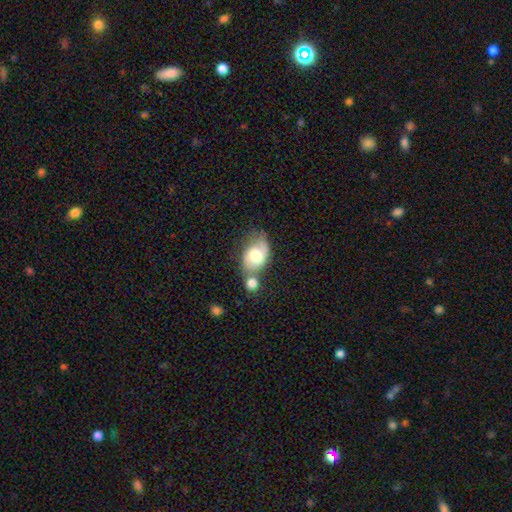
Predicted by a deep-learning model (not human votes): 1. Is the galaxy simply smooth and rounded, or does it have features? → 56% smooth, 37% featured or disk, 7% star or artifact.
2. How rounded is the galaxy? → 85% in between, 14% round, 2% cigar-shaped.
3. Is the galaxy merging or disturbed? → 38% none, 34% merger, 19% minor disturbance, 9% major disturbance.